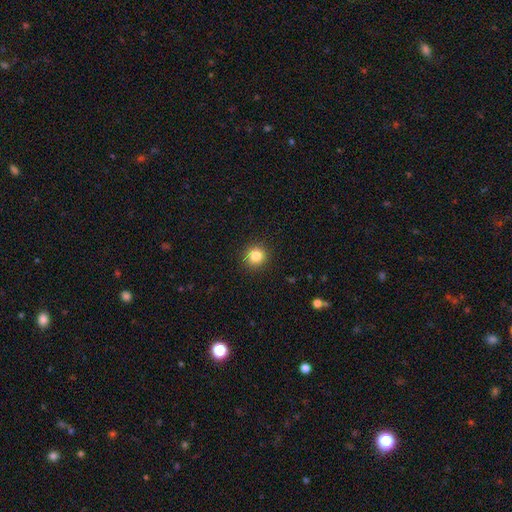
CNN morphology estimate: Smooth or featured? Predicted: smooth (p=0.84). How rounded? Predicted: round (p=0.92). Merging? Predicted: none (p=0.92).